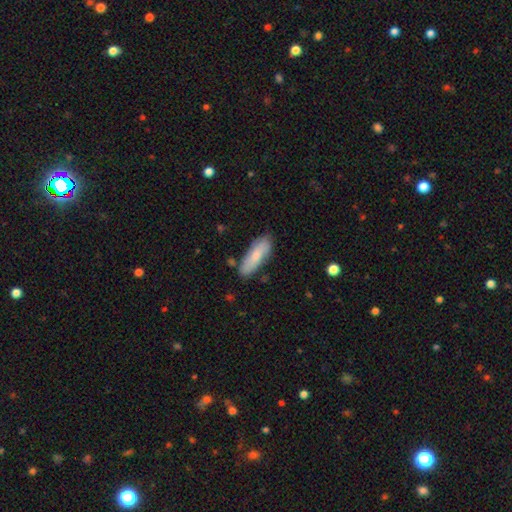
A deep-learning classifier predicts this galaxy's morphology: The model was most divided on "how rounded": in between: 57%, cigar-shaped: 41%, round: 2%. More confident: merging — none (78%); smooth or featured — smooth (77%).